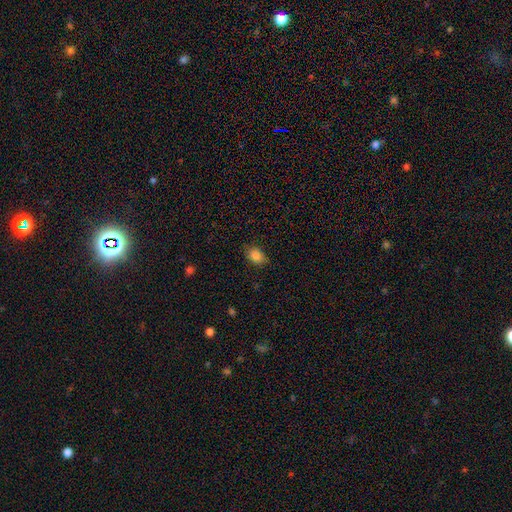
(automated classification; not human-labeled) smooth-or-featured: smooth: 86% | star or artifact: 10% | featured or disk: 5%
  how-rounded: in between: 70% | round: 29% | cigar-shaped: 1%
  merging: none: 78% | minor disturbance: 18% | major disturbance: 3% | merger: 1%